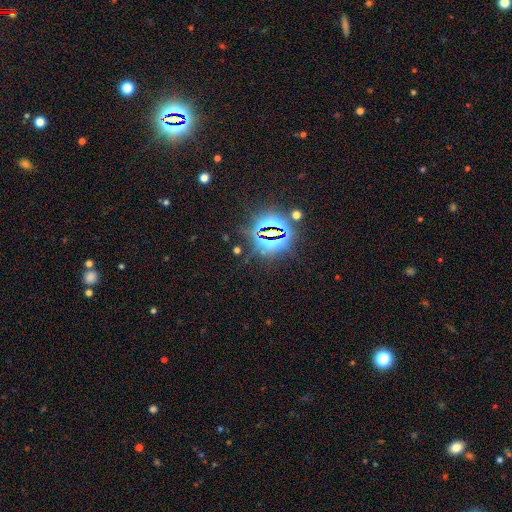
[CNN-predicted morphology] smooth-or-featured: star or artifact: 83% | smooth: 10% | featured or disk: 7%